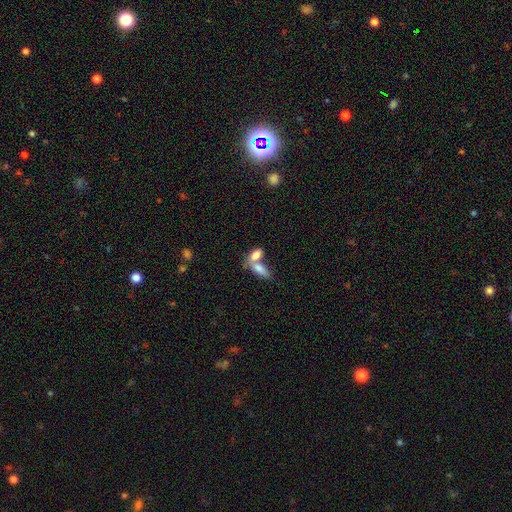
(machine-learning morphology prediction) smooth 79%, featured or disk 14%, star or artifact 7%. Down the decision tree: how rounded — in between (86%); merging — merger (64%).